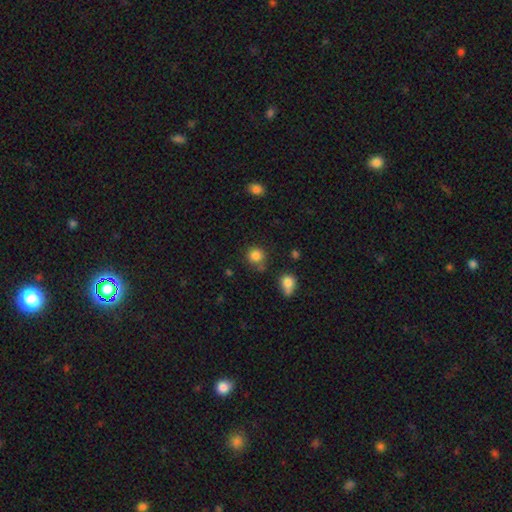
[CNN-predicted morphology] Q: Smooth or featured?
A: smooth (83%); runner-up: star or artifact (12%)
Q: How rounded?
A: round (90%); runner-up: in between (9%)
Q: Merging?
A: none (74%); runner-up: minor disturbance (13%)